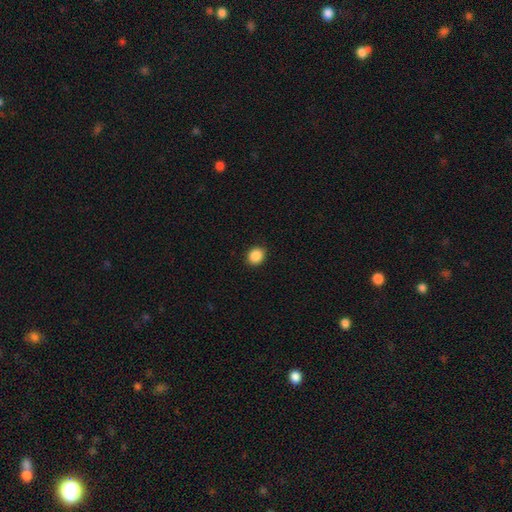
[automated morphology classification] Q: Smooth or featured?
A: smooth (88%); runner-up: star or artifact (9%)
Q: How rounded?
A: round (69%); runner-up: in between (30%)
Q: Merging?
A: none (90%); runner-up: minor disturbance (7%)